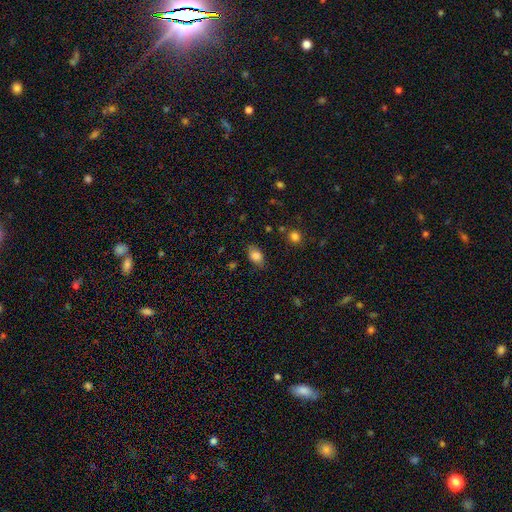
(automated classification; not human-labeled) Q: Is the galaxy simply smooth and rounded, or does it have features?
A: smooth — 82%.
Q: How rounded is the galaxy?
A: in between — 83%.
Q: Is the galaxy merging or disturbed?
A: none — 77%.